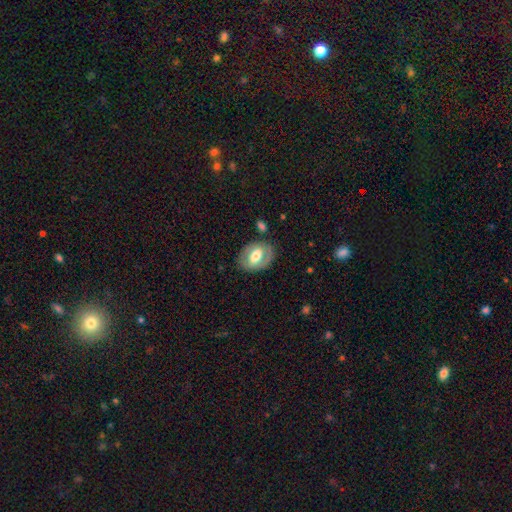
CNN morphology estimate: Smooth or featured? Predicted: smooth (p=0.51). How rounded? Predicted: in between (p=0.76). Merging? Predicted: none (p=0.76).